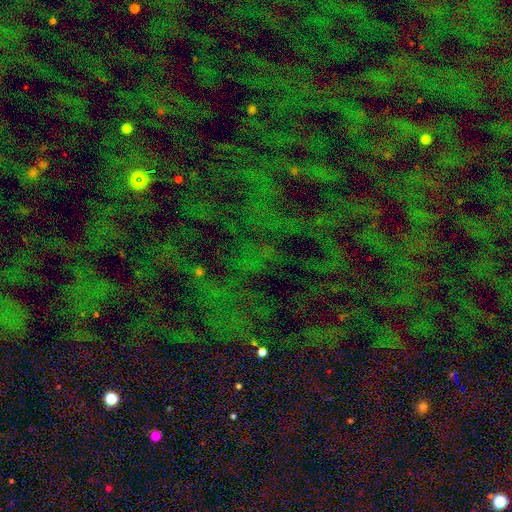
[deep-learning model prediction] star or artifact 73%, smooth 18%, featured or disk 10%.